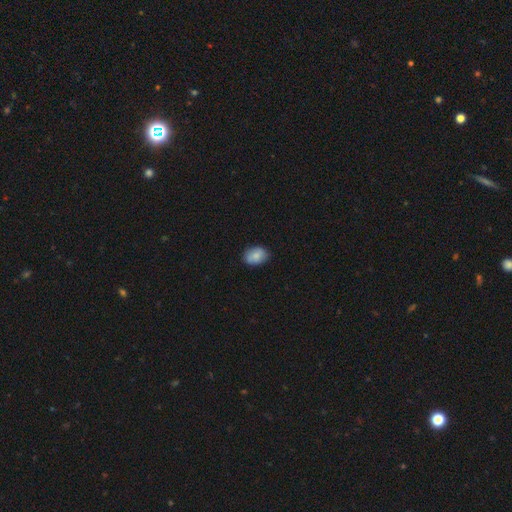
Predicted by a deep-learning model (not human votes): This is clearly a smooth galaxy (82%). How rounded: likely in between (76%). Merging: clearly none (84%).